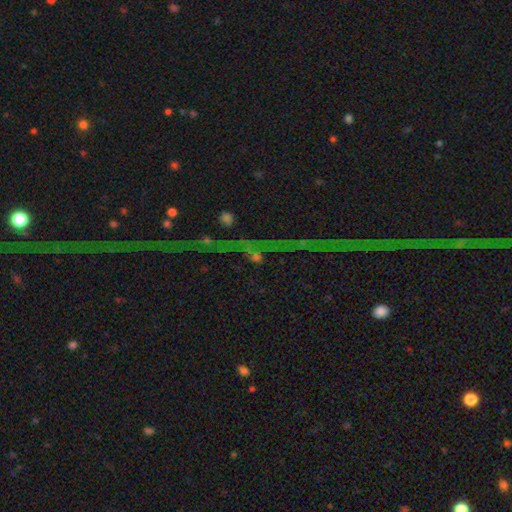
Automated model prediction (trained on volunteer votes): Smooth or featured? star or artifact (62%)